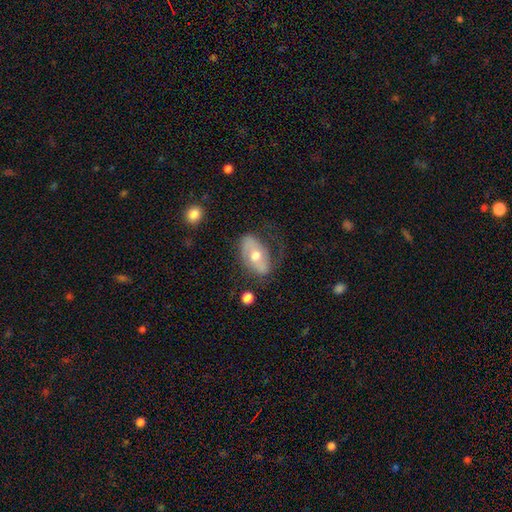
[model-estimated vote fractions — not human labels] featured or disk 55%, smooth 38%, star or artifact 7%. Down the decision tree: edge-on disk — no (89%); merging — none (58%).